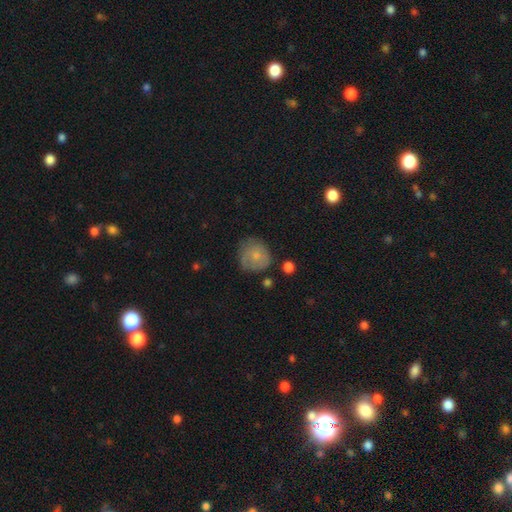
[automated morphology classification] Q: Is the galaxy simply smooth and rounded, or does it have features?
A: smooth — 70%.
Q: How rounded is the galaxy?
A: round — 84%.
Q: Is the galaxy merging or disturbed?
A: none — 61%.